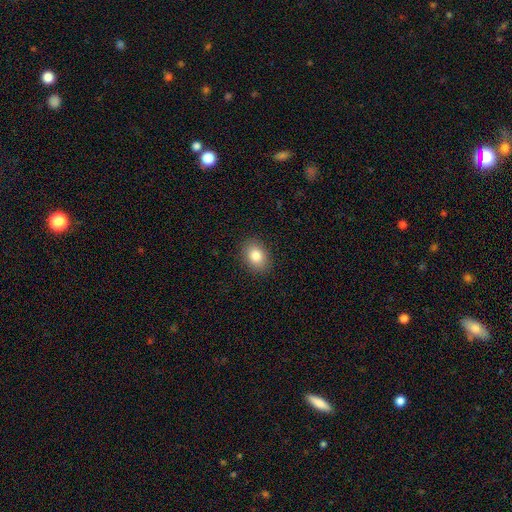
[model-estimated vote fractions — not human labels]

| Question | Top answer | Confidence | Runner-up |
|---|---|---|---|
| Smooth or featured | smooth | 84% | star or artifact (9%) |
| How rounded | in between | 74% | round (25%) |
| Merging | none | 89% | minor disturbance (8%) |